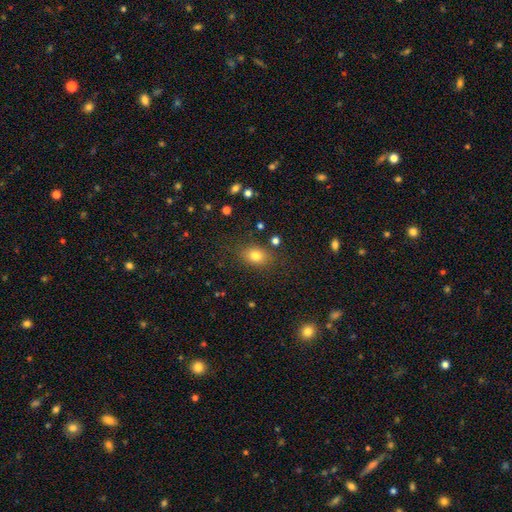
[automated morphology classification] This appears to be a smooth galaxy with no disk features (78%) that is in between round and cigar-shaped (62%). Merging: none (80%).